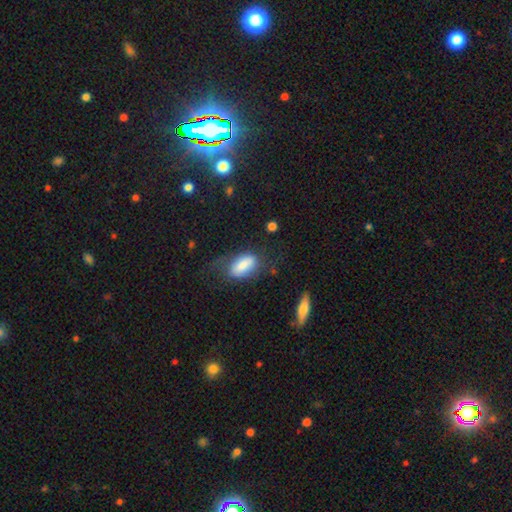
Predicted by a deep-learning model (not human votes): A smooth galaxy with no disk features (66%) that is in between round and cigar-shaped (85%). Merging: none (57%).